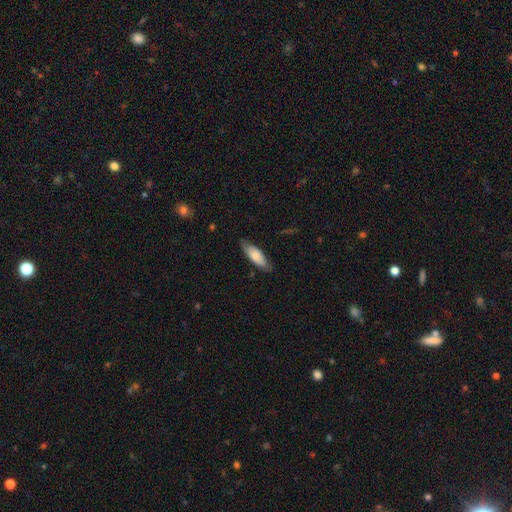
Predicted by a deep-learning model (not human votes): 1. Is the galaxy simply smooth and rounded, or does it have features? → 74% smooth, 21% featured or disk, 6% star or artifact.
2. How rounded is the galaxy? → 61% in between, 38% cigar-shaped, 2% round.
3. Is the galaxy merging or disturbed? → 78% none, 17% minor disturbance, 3% major disturbance, 1% merger.